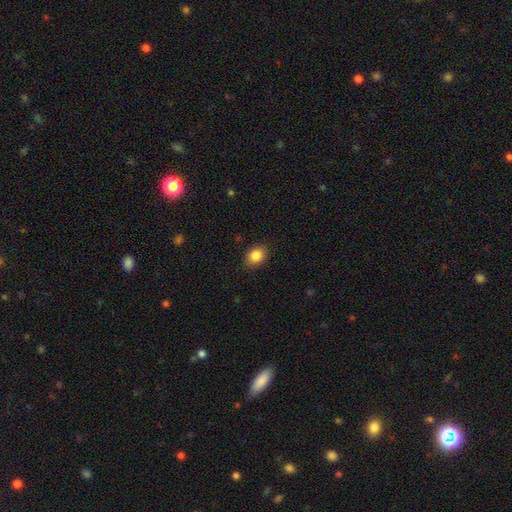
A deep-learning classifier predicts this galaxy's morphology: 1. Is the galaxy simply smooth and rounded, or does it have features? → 87% smooth, 9% star or artifact, 4% featured or disk.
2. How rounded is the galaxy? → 62% in between, 37% round, 1% cigar-shaped.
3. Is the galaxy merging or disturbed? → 87% none, 9% minor disturbance, 3% major disturbance, 1% merger.